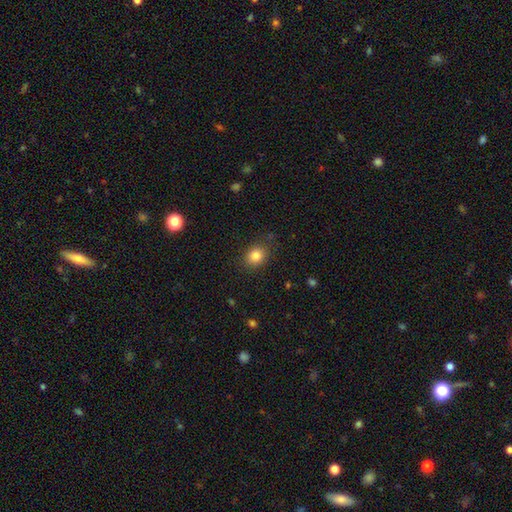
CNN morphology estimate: The model was most divided on "how rounded": round: 56%, in between: 43%, cigar-shaped: 1%. More confident: merging — none (85%); smooth or featured — smooth (83%).